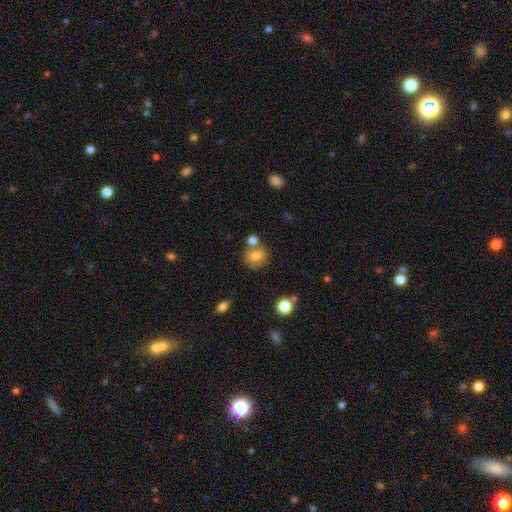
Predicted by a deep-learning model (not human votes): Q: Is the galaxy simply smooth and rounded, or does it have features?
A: smooth — 75%.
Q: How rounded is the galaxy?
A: round — 80%.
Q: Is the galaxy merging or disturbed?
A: none — 66%.